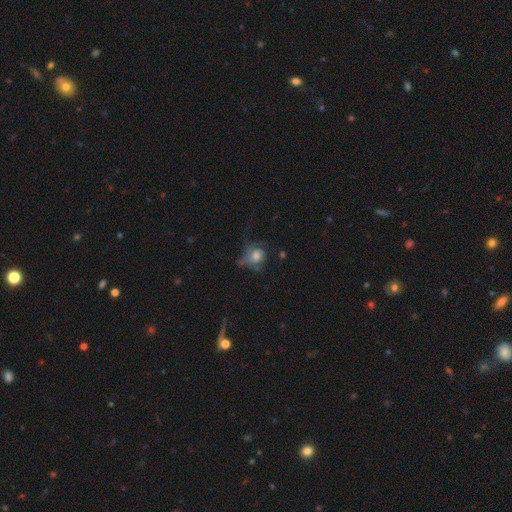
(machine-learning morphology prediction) Smooth or featured? smooth (49%)
Merging? none (36%)